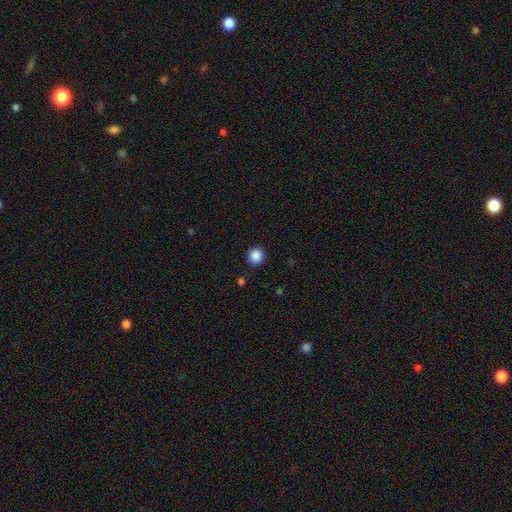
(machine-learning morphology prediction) smooth-or-featured: smooth: 87% | star or artifact: 10% | featured or disk: 3%
  how-rounded: round: 91% | in between: 8% | cigar-shaped: 1%
  merging: none: 90% | minor disturbance: 6% | major disturbance: 2% | merger: 1%